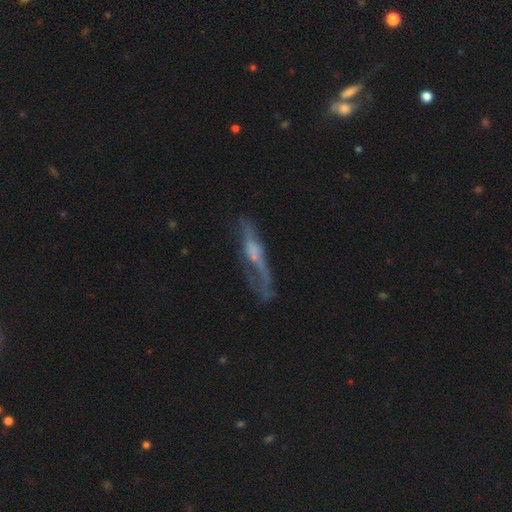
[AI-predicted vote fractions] Smooth or featured? featured or disk (65%)
Edge-on disk? yes (57%)
Merging? none (48%)